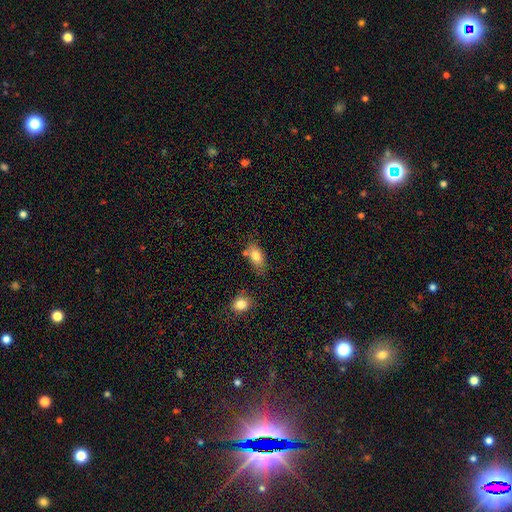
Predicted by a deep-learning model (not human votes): Smooth or featured? Predicted: smooth (p=0.80). How rounded? Predicted: in between (p=0.86). Merging? Predicted: none (p=0.62).